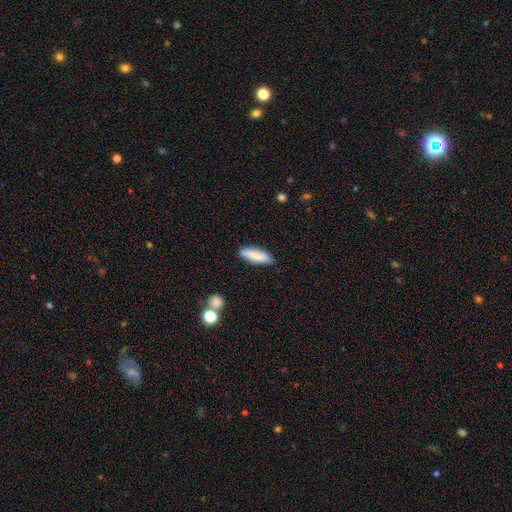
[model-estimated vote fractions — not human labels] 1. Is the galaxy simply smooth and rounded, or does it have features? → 83% smooth, 11% featured or disk, 6% star or artifact.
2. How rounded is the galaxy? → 57% cigar-shaped, 42% in between, 2% round.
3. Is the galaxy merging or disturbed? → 80% none, 15% minor disturbance, 3% major disturbance, 2% merger.